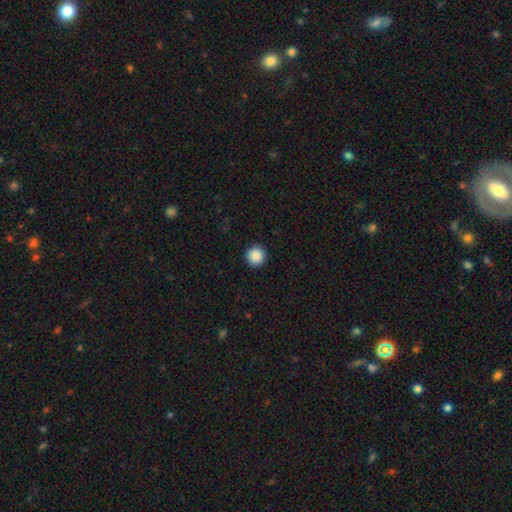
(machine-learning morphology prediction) A smooth galaxy with no disk features (89%) that is round (96%).

Vote fractions:
- Smooth or featured? smooth: 89% / star or artifact: 9% / featured or disk: 3%
- How rounded? round: 96% / in between: 3% / cigar-shaped: 1%
- Merging? none: 93% / minor disturbance: 4% / major disturbance: 2% / merger: 1%